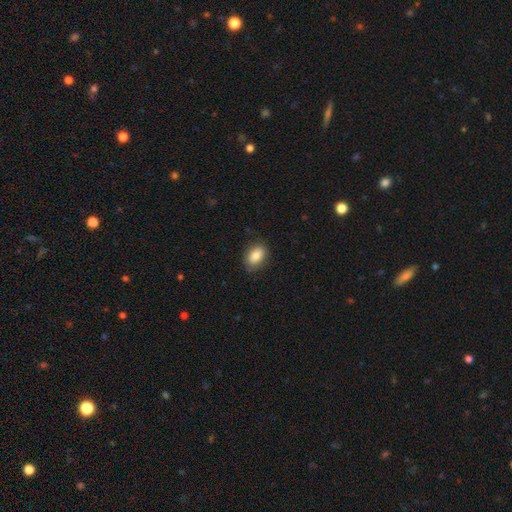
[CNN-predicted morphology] Q: Smooth or featured?
A: smooth (85%); runner-up: featured or disk (7%)
Q: How rounded?
A: in between (87%); runner-up: round (12%)
Q: Merging?
A: none (82%); runner-up: minor disturbance (14%)